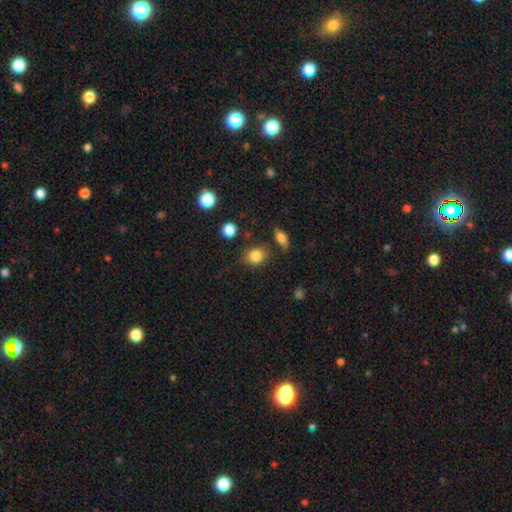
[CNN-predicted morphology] Smooth or featured?
  - smooth: 84% *
  - star or artifact: 10%
  - featured or disk: 6%
How rounded?
  - round: 65% *
  - in between: 34%
  - cigar-shaped: 1%
Merging?
  - none: 79% *
  - minor disturbance: 12%
  - merger: 5%
  - major disturbance: 4%